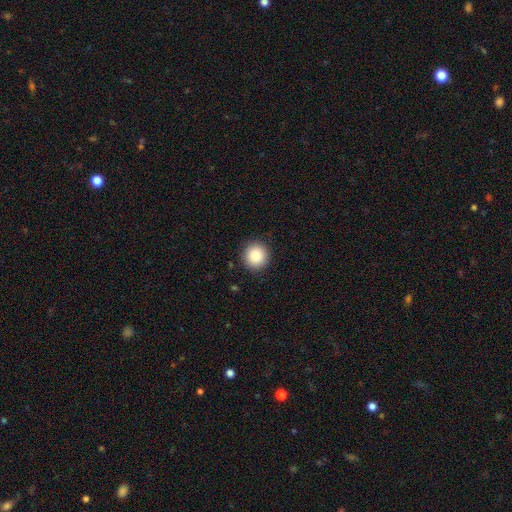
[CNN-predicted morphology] A smooth galaxy with no disk features (87%) that is round (92%).

Vote fractions:
- Smooth or featured? smooth: 87% / star or artifact: 9% / featured or disk: 4%
- How rounded? round: 92% / in between: 7% / cigar-shaped: 1%
- Merging? none: 91% / minor disturbance: 6% / major disturbance: 2% / merger: 1%